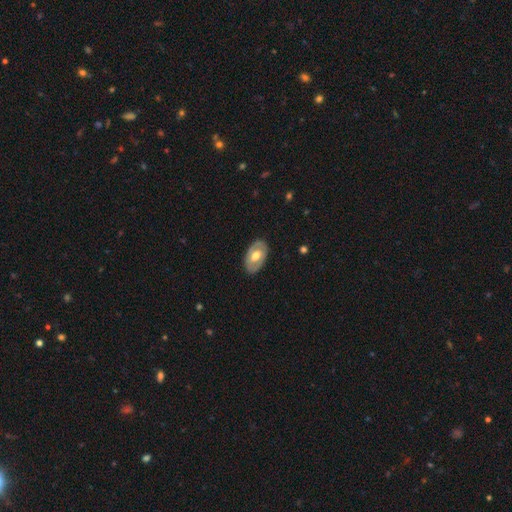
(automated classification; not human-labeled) A featured or disk galaxy (53%).

Vote fractions:
- Smooth or featured? featured or disk: 53% / smooth: 42% / star or artifact: 5%
- Edge-on disk? no: 89% / yes: 11%
- Merging? none: 83% / minor disturbance: 12% / major disturbance: 3% / merger: 1%